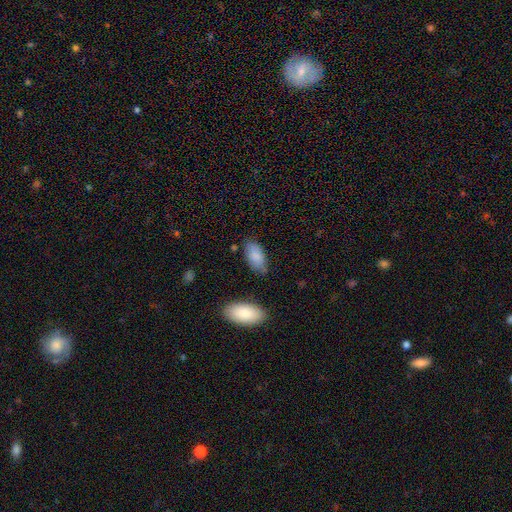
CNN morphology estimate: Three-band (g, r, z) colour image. It shows a smooth galaxy with no disk features (85%) that is in between round and cigar-shaped (93%). Merging: none (73%).